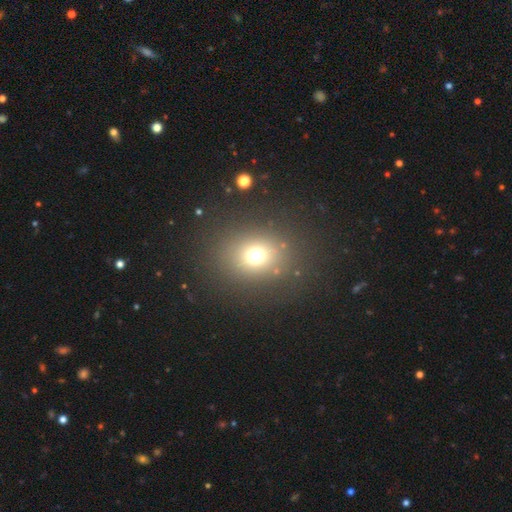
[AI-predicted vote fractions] Overall: smooth (69%). How rounded: round (68%; in between 31%). Merging: none (84%).